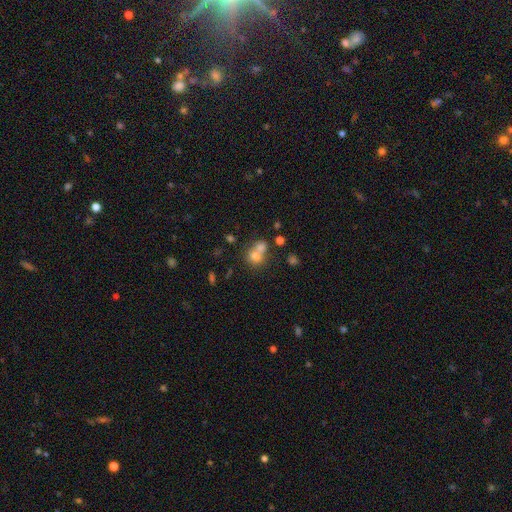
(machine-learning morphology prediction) A smooth galaxy with no disk features (72%) that is round (70%).

Vote fractions:
- Smooth or featured? smooth: 72% / featured or disk: 14% / star or artifact: 13%
- How rounded? round: 70% / in between: 29% / cigar-shaped: 1%
- Merging? merger: 57% / none: 33% / minor disturbance: 7% / major disturbance: 4%